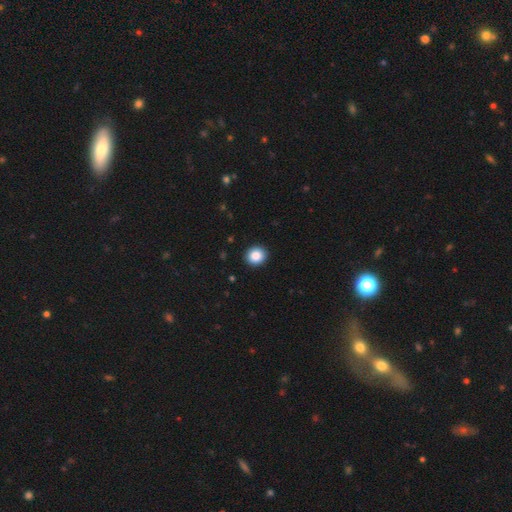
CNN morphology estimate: This appears to be a smooth galaxy with no disk features (86%) that is round (80%). Merging: none (93%).